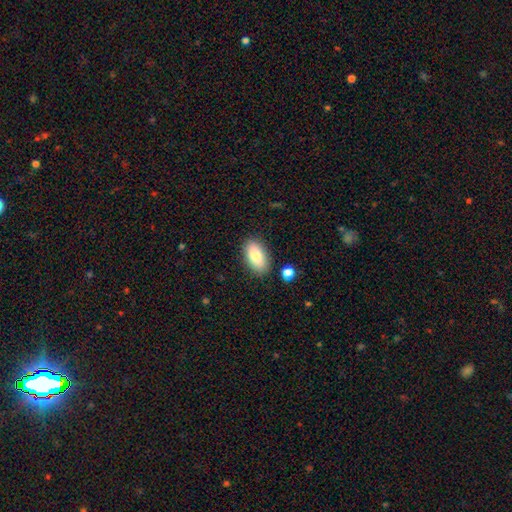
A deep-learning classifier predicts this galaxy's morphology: smooth 84%, featured or disk 9%, star or artifact 7%. Down the decision tree: how rounded — in between (92%); merging — none (85%).